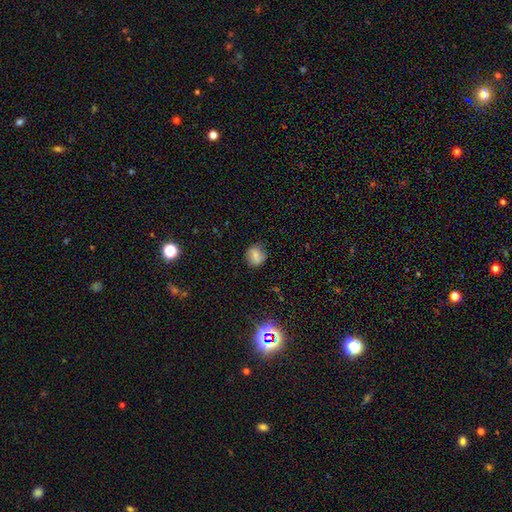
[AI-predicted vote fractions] Morphology: type=smooth (71%); roundness=round (84%); merging=none (81%).